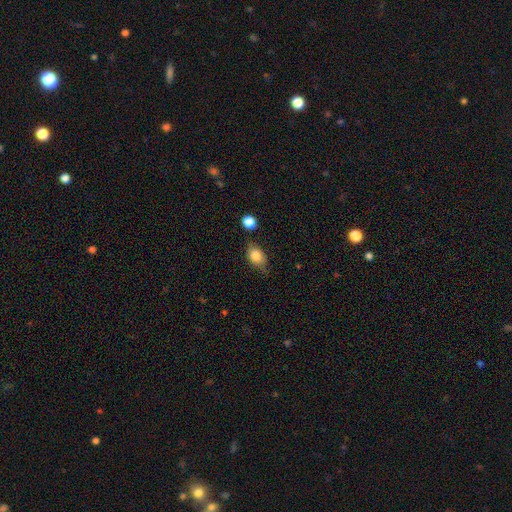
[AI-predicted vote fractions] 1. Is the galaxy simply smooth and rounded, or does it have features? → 81% smooth, 11% featured or disk, 8% star or artifact.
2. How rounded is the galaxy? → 76% in between, 22% round, 2% cigar-shaped.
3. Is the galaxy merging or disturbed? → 67% none, 23% minor disturbance, 6% major disturbance, 4% merger.